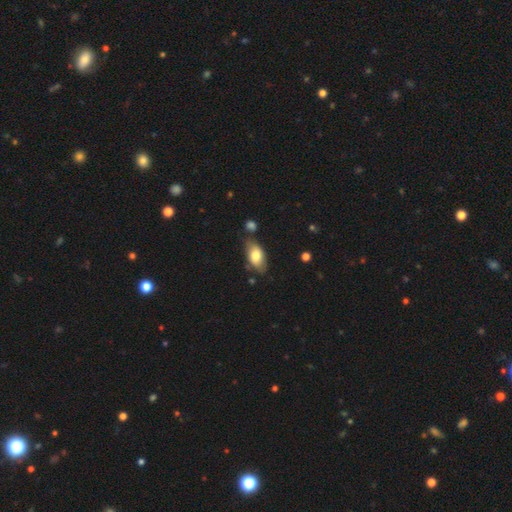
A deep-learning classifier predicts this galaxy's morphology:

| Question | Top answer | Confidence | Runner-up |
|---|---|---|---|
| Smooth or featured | smooth | 74% | featured or disk (19%) |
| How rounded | in between | 92% | round (4%) |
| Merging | none | 67% | minor disturbance (20%) |